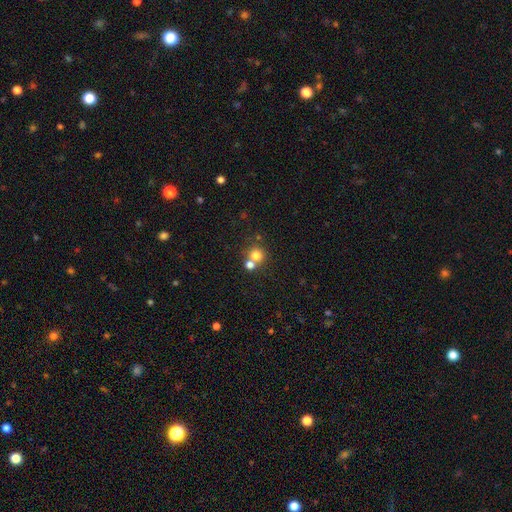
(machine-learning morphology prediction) Overall: smooth (76%). How rounded: round (89%). Merging: none (53%; merger 38%).